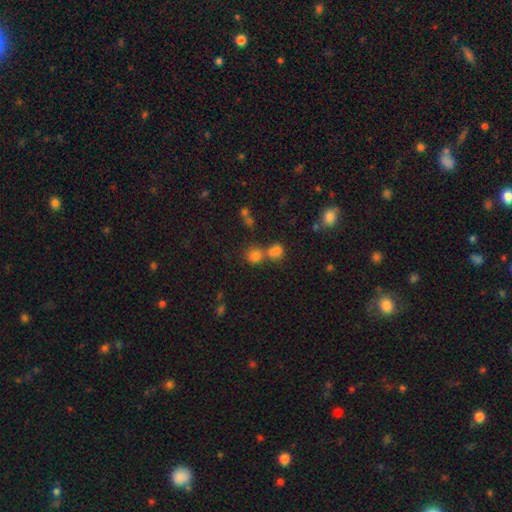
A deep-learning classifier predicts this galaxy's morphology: smooth 76%, star or artifact 16%, featured or disk 8%. Down the decision tree: how rounded — round (84%); merging — none (52%).